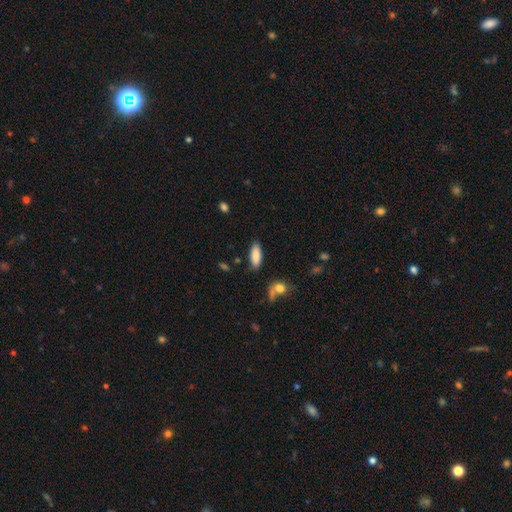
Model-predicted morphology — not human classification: smooth 86%, featured or disk 7%, star or artifact 7%. Down the decision tree: how rounded — in between (71%); merging — none (81%).